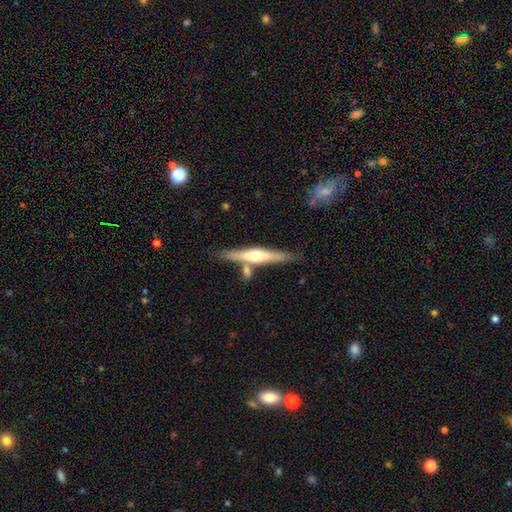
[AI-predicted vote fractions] Overall: featured or disk (60%; smooth 35%). Edge-on disk: yes (95%). Edge-on bulge: rounded (88%). Merging: none (73%).